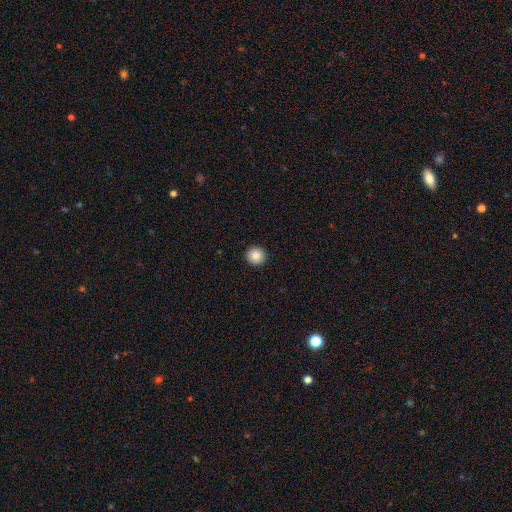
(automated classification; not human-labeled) Morphology: type=smooth (87%); roundness=round (95%); merging=none (93%).